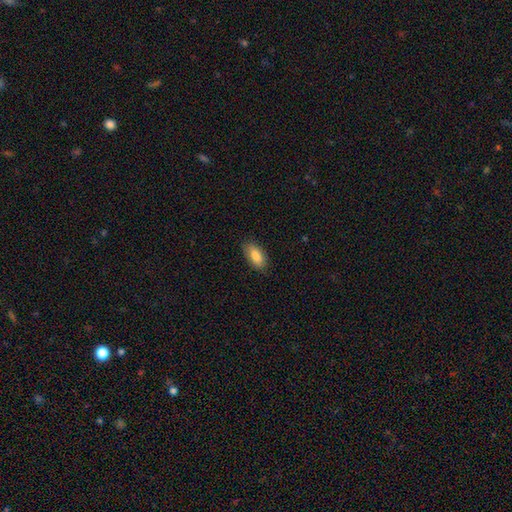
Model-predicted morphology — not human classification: Overall: smooth (87%). How rounded: in between (89%). Merging: none (84%).